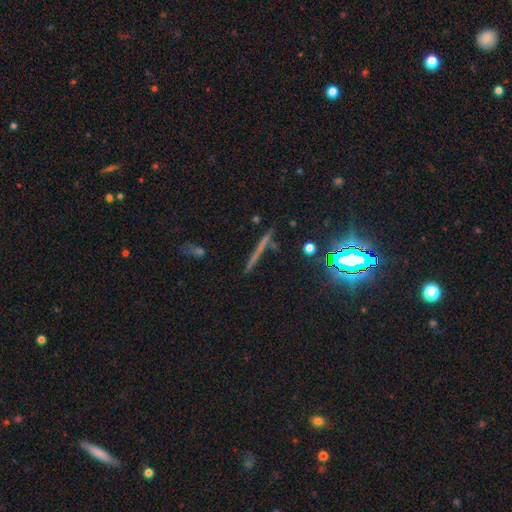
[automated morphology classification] A star or artifact, not a galaxy (54%).